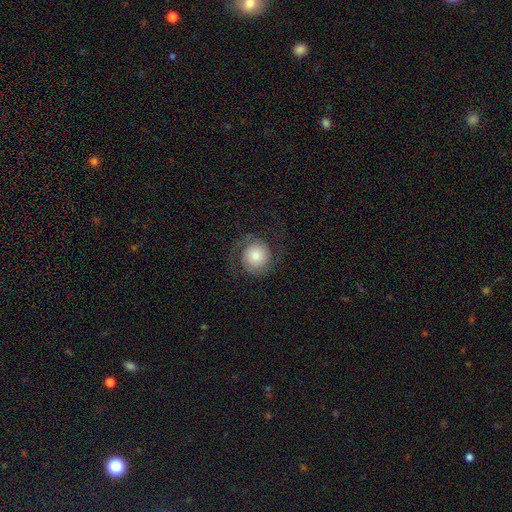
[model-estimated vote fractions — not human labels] featured or disk 57%, smooth 35%, star or artifact 8%. Down the decision tree: edge-on disk — no (97%); bar — no (80%); spiral arms — yes (92%); spiral arm count — 2 (87%); spiral winding — medium (40%); bulge size — moderate (34%); merging — none (73%).